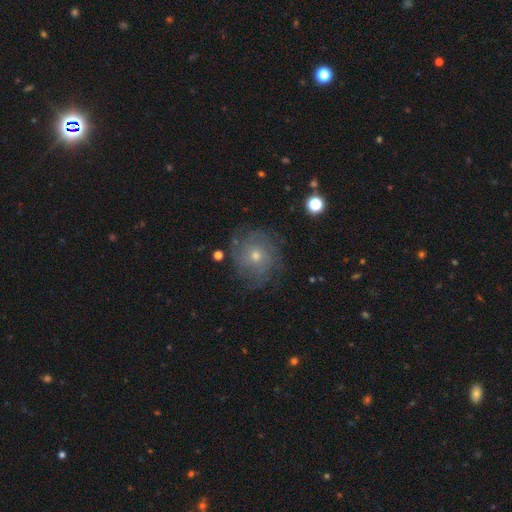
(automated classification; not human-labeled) Smooth or featured: featured or disk — 61% (smooth — 24%)
Edge-on disk: no — 97% (yes — 3%)
Bar: no — 84% (weak — 14%)
Spiral arms: yes — 85% (no — 15%)
Bulge size: small — 53% (moderate — 43%)
Merging: none — 77% (minor disturbance — 14%)